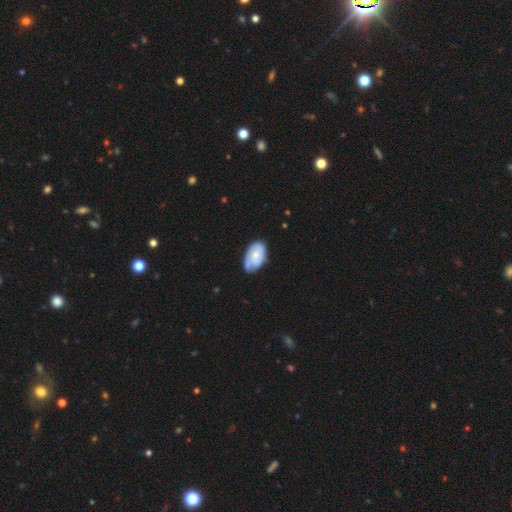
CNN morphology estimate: A smooth galaxy with no disk features (47%, tied with featured or disk). Merging: none (60%).